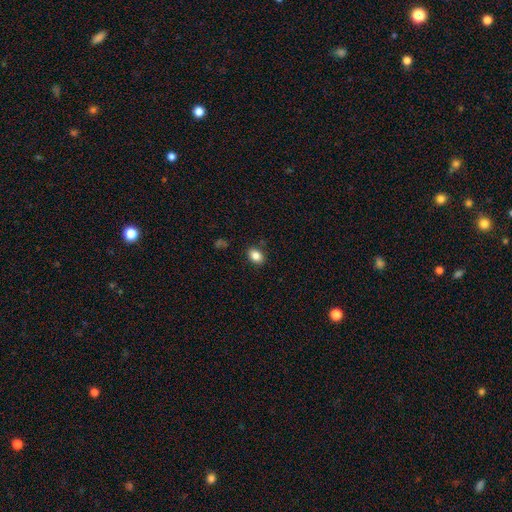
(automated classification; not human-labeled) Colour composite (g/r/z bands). It shows a smooth galaxy with no disk features (86%) that is in between round and cigar-shaped (76%). Merging: none (86%).